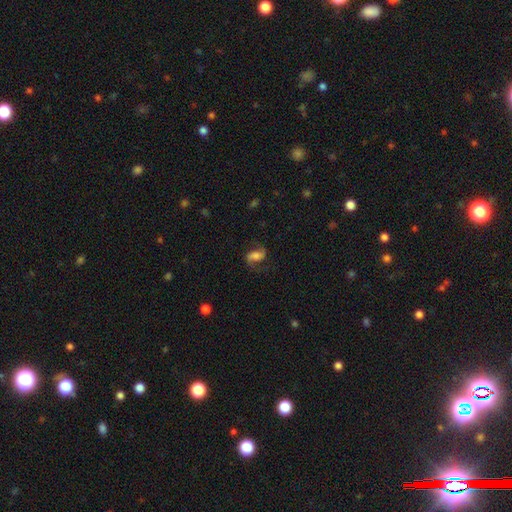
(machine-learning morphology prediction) type=featured or disk (75%); edge-on=no (97%); bar=weak (40%); spiral arms=yes (95%); winding=loose (52%); arm count=2 (92%); bulge=moderate (37%); merging=none (72%).